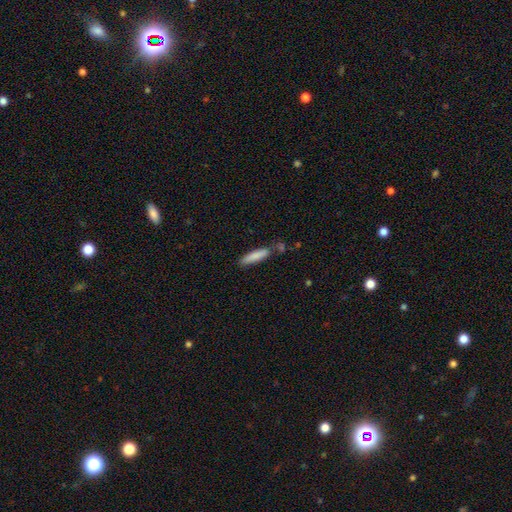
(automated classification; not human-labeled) The model was most divided on "merging": none: 74%, minor disturbance: 15%, merger: 8%, major disturbance: 3%. More confident: how rounded — cigar-shaped (83%); smooth or featured — smooth (83%).